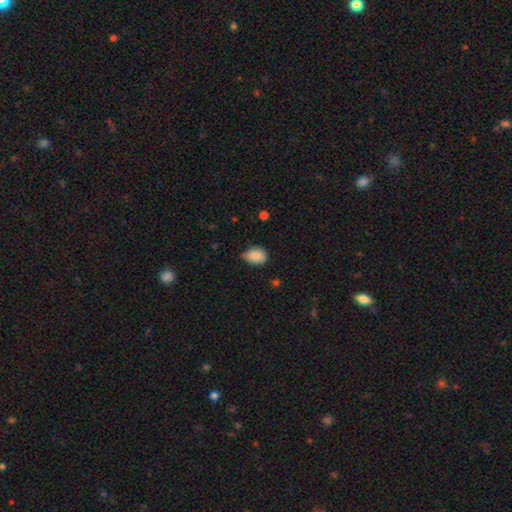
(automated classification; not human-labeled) The model was most divided on "merging": none: 51%, minor disturbance: 41%, major disturbance: 6%, merger: 2%. More confident: smooth or featured — smooth (85%); how rounded — in between (61%).